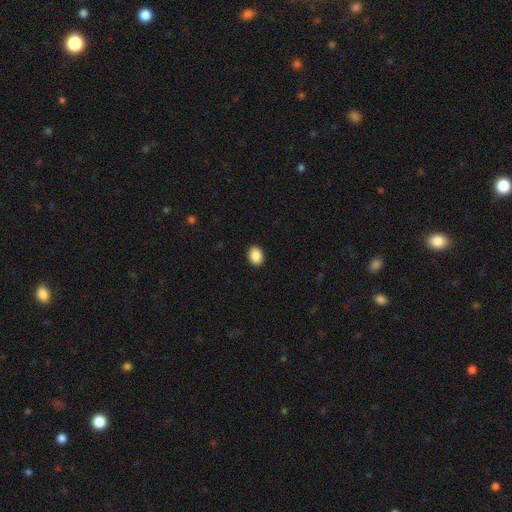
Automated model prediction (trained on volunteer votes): This is clearly a smooth galaxy (90%). How rounded: likely in between (72%). Merging: clearly none (91%).